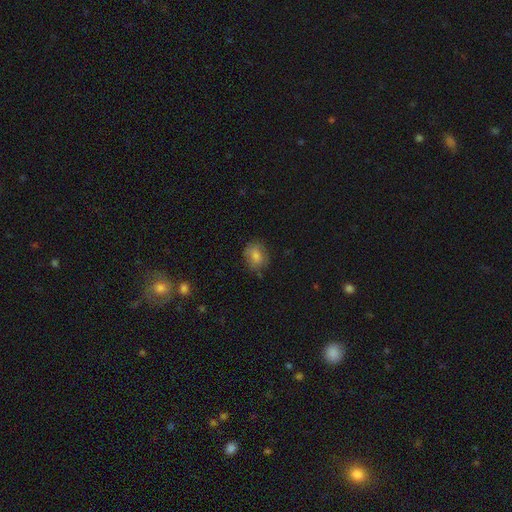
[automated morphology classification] smooth_or_featured: smooth (p=0.75) [alt: featured or disk p=0.14]
how_rounded: round (p=0.56) [alt: in between p=0.43]
merging: none (p=0.76) [alt: minor disturbance p=0.17]